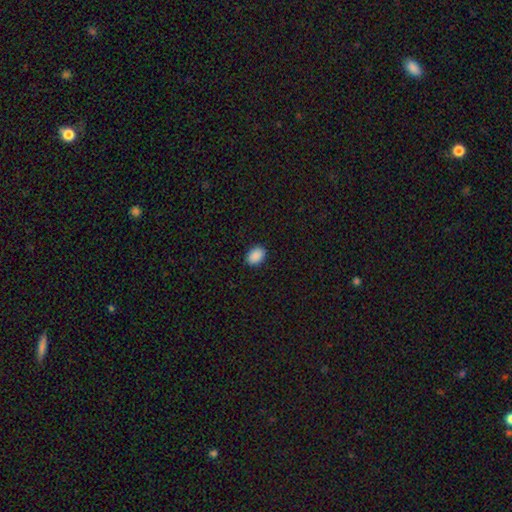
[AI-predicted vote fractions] smooth 90%, star or artifact 8%, featured or disk 2%. Down the decision tree: how rounded — in between (83%); merging — none (89%).